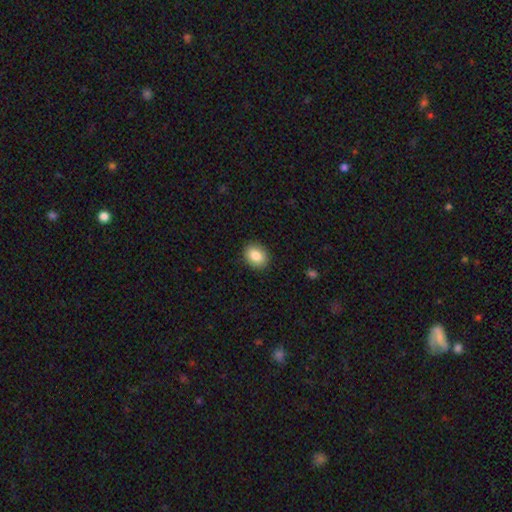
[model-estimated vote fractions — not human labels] Smooth or featured? Predicted: smooth (p=0.85). How rounded? Predicted: in between (p=0.58). Merging? Predicted: none (p=0.90).